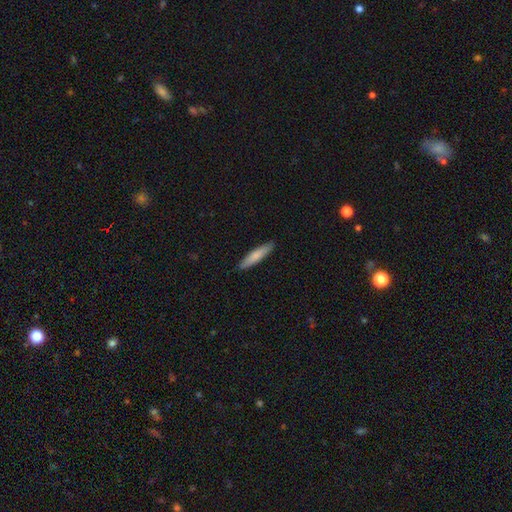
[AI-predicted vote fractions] A smooth galaxy with no disk features (76%) that is cigar-shaped (87%).

Vote fractions:
- Smooth or featured? smooth: 76% / featured or disk: 19% / star or artifact: 5%
- How rounded? cigar-shaped: 87% / in between: 12% / round: 1%
- Merging? none: 90% / minor disturbance: 8% / major disturbance: 1% / merger: 1%